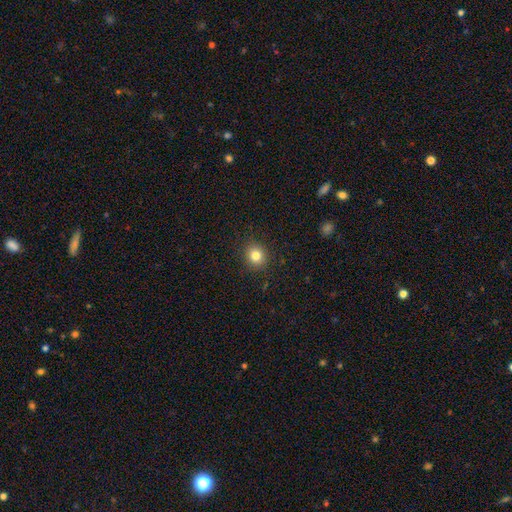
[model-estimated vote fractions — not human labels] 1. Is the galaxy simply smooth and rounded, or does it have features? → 82% smooth, 12% star or artifact, 7% featured or disk.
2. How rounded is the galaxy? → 83% round, 16% in between, 1% cigar-shaped.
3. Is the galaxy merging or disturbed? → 90% none, 7% minor disturbance, 2% major disturbance, 1% merger.